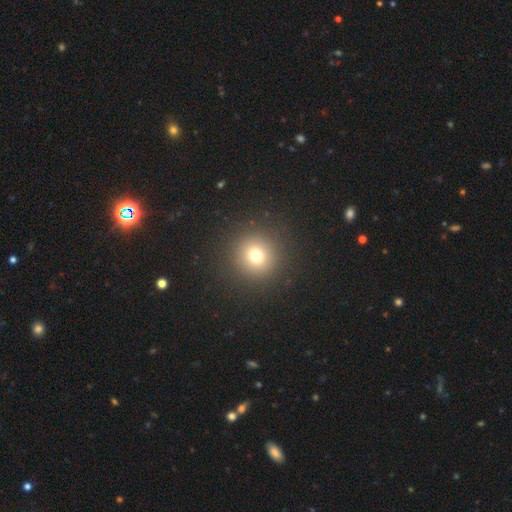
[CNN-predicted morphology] A smooth galaxy with no disk features (73%) that is round (94%).

Vote fractions:
- Smooth or featured? smooth: 73% / star or artifact: 18% / featured or disk: 9%
- How rounded? round: 94% / in between: 5% / cigar-shaped: 1%
- Merging? none: 91% / minor disturbance: 5% / major disturbance: 3% / merger: 1%